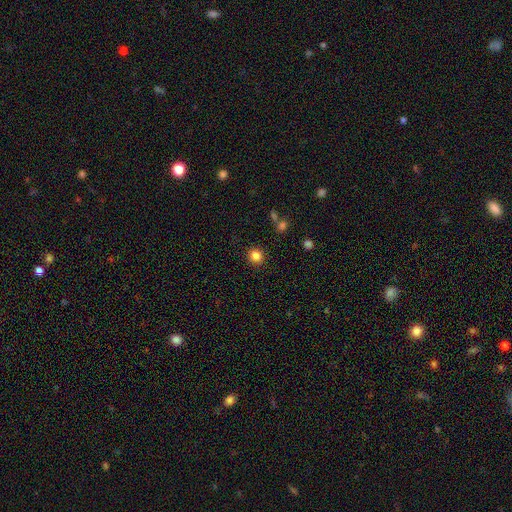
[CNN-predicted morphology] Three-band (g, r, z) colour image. It shows a smooth galaxy with no disk features (83%) that is round (90%). Merging: none (90%).